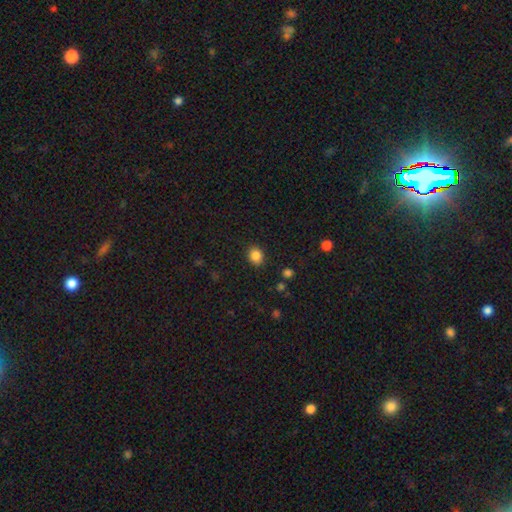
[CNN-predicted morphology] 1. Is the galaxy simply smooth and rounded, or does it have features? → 85% smooth, 10% star or artifact, 4% featured or disk.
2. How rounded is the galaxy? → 58% round, 41% in between, 1% cigar-shaped.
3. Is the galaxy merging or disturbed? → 88% none, 8% minor disturbance, 3% major disturbance, 1% merger.